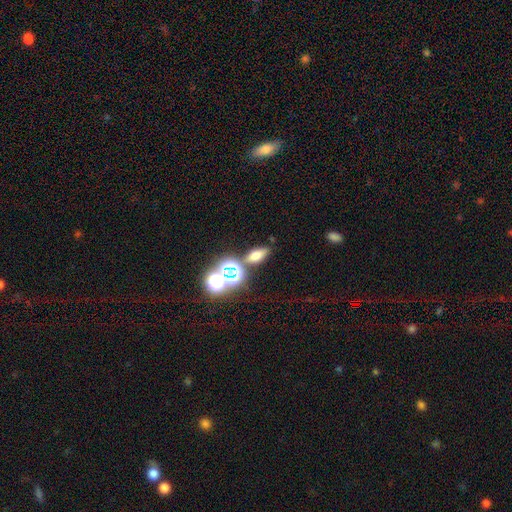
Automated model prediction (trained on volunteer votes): The model was most divided on "smooth or featured": smooth: 59%, star or artifact: 27%, featured or disk: 14%. More confident: how rounded — in between (72%); merging — none (71%).